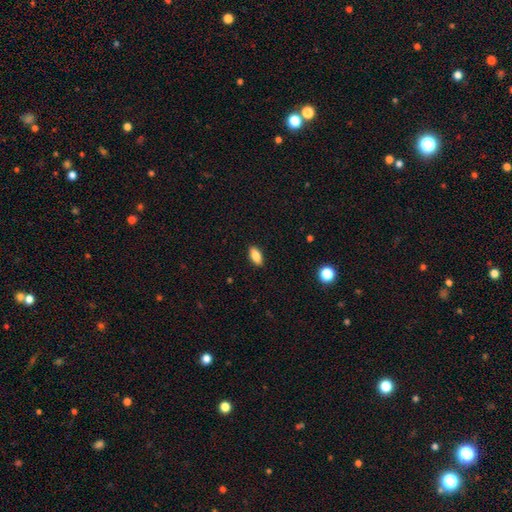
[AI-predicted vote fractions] Morphology: type=smooth (83%); roundness=in between (87%); merging=none (90%).